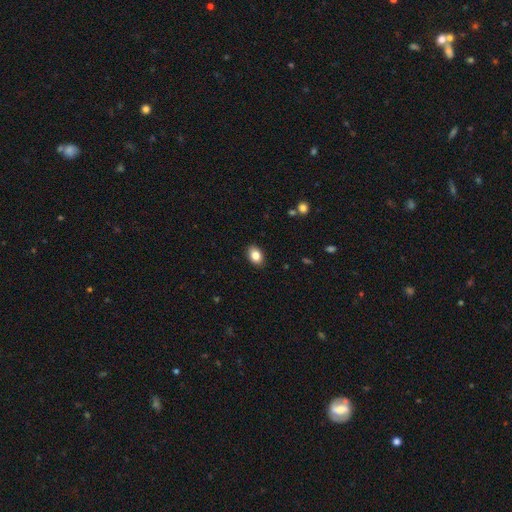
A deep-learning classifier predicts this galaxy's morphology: A smooth galaxy with no disk features (84%) that is in between round and cigar-shaped (81%). Merging: none (89%).